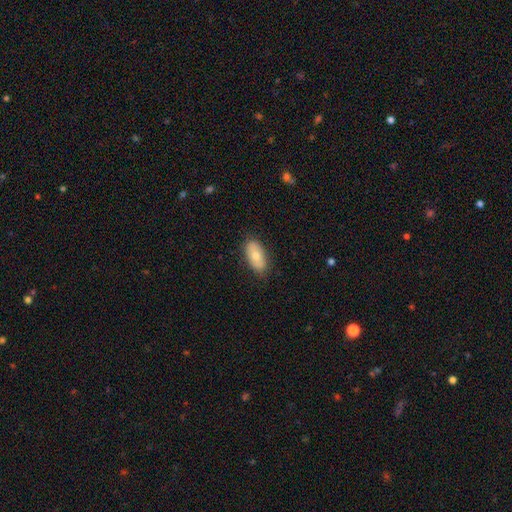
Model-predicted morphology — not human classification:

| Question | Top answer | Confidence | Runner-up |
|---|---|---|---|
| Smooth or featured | smooth | 74% | featured or disk (20%) |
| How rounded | in between | 92% | cigar-shaped (5%) |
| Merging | none | 83% | minor disturbance (13%) |